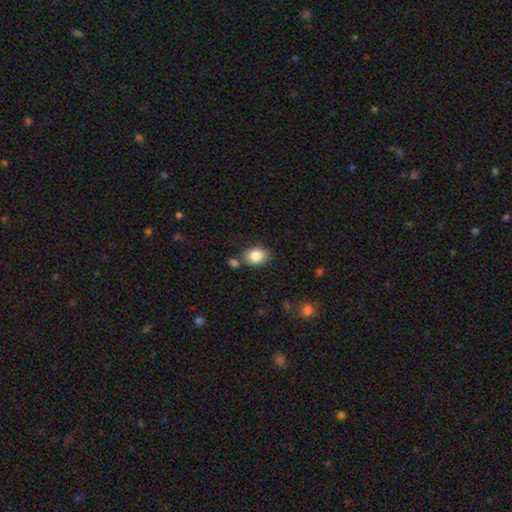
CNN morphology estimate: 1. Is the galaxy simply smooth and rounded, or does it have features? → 84% smooth, 8% star or artifact, 8% featured or disk.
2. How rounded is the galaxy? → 74% in between, 25% round, 1% cigar-shaped.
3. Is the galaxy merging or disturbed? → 73% none, 14% minor disturbance, 10% merger, 3% major disturbance.